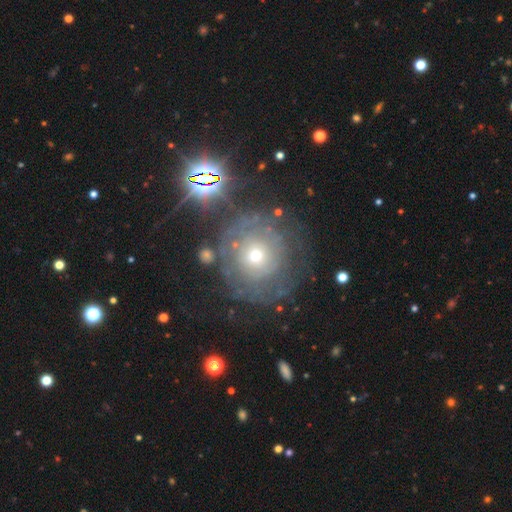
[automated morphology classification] This is possibly a featured or disk galaxy (59%). It is clearly not viewed edge-on (96%). Bar: clearly no (85%). Spiral arm pattern: likely yes (70%). Central bulge: possibly small (50%). Merging: likely none (73%).